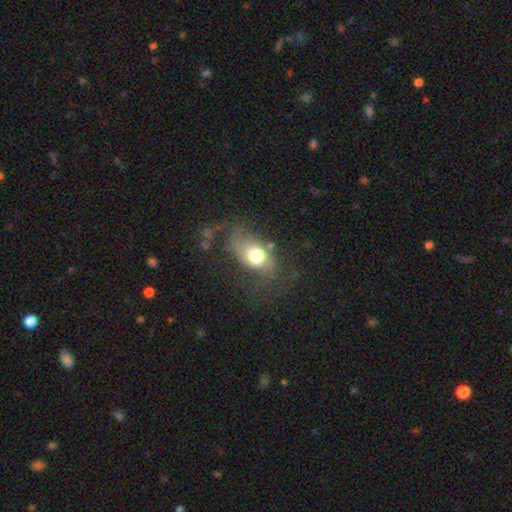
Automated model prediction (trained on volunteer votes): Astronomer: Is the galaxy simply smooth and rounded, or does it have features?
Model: smooth — 55% (runner-up: featured or disk, 34%).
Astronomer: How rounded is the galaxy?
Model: in between — 71%.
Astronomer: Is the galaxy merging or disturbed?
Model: none — 49%.